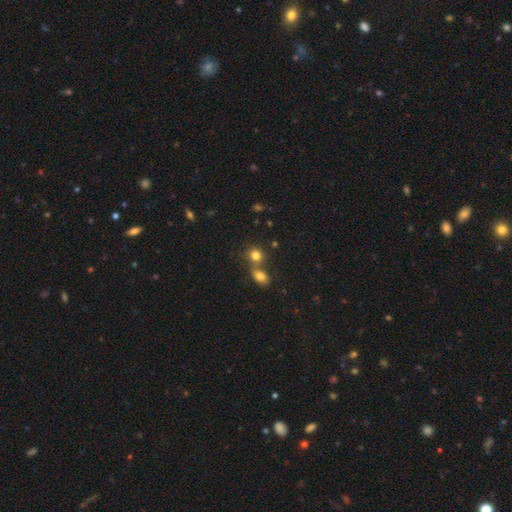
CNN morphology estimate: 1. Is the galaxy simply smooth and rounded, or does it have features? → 79% smooth, 13% star or artifact, 8% featured or disk.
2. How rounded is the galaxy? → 76% round, 23% in between, 1% cigar-shaped.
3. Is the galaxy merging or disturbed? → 46% none, 44% merger, 7% minor disturbance, 3% major disturbance.